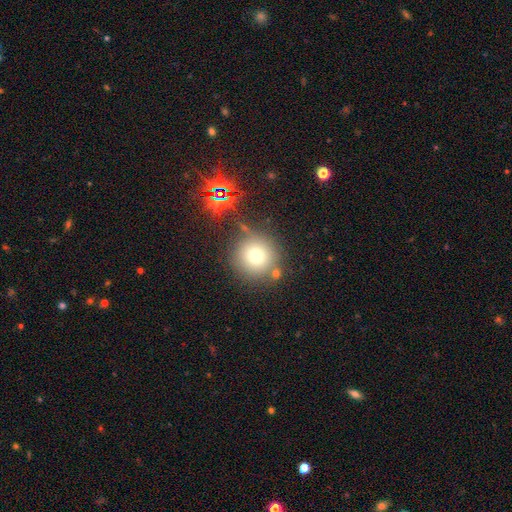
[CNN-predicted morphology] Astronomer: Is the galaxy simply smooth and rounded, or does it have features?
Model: smooth — 72%.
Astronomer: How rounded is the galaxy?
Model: round — 93%.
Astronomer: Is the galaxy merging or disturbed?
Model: none — 77%.